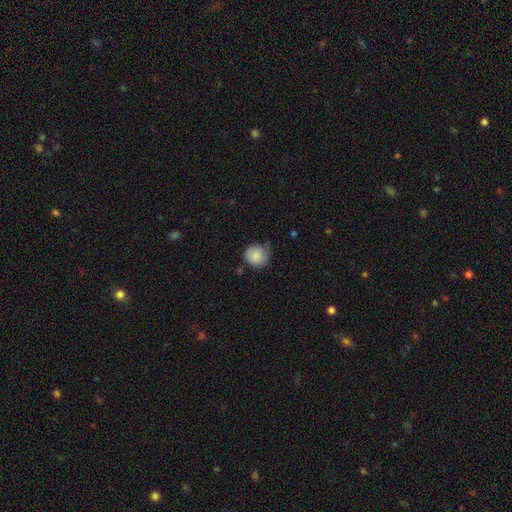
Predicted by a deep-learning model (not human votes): This is clearly a smooth galaxy (86%). How rounded: clearly round (87%). Merging: possibly none (58%).